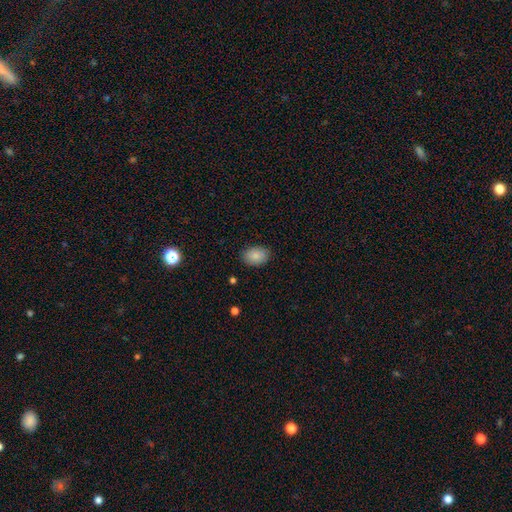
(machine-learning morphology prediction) Q: Smooth or featured?
A: smooth (86%); runner-up: star or artifact (8%)
Q: How rounded?
A: in between (78%); runner-up: round (21%)
Q: Merging?
A: none (87%); runner-up: minor disturbance (10%)